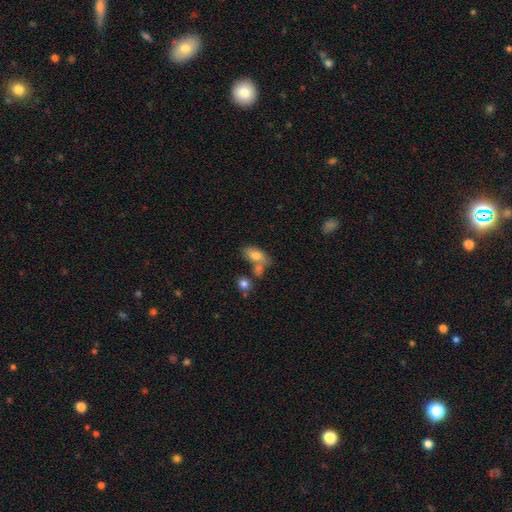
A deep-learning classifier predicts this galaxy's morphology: The model was most divided on "merging": none: 46%, merger: 31%, minor disturbance: 17%, major disturbance: 6%. More confident: how rounded — in between (89%); smooth or featured — smooth (75%).